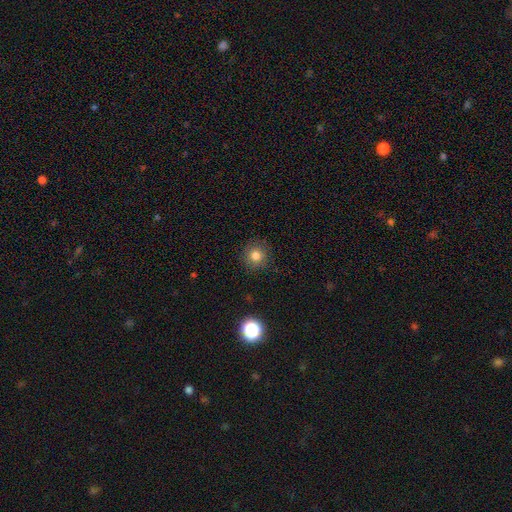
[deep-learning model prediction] This appears to be a smooth galaxy with no disk features (79%) that is round (94%). Merging: none (90%).